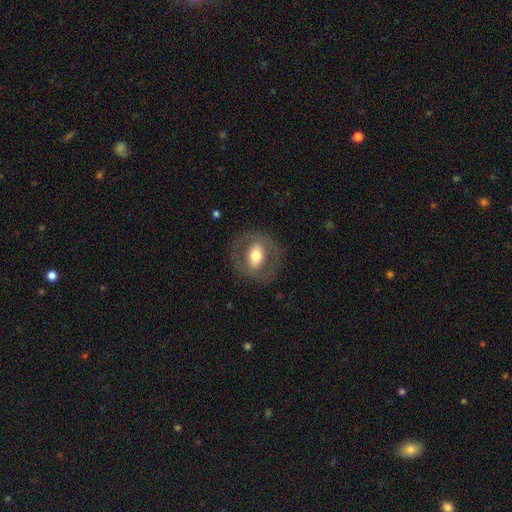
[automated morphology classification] type=featured or disk (47%); merging=none (79%).